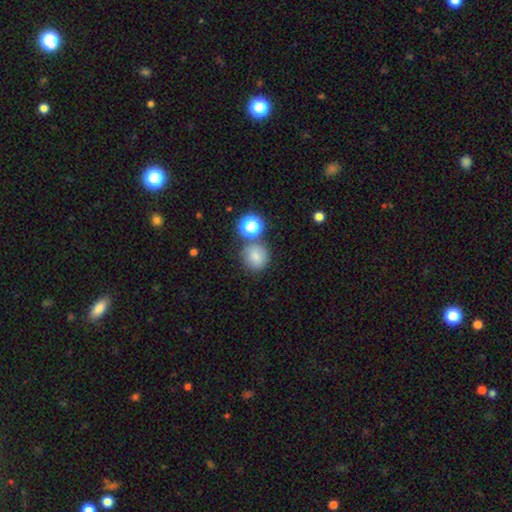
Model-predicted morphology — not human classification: This appears to be a smooth galaxy with no disk features (77%) that is round (89%). Merging: none (69%).